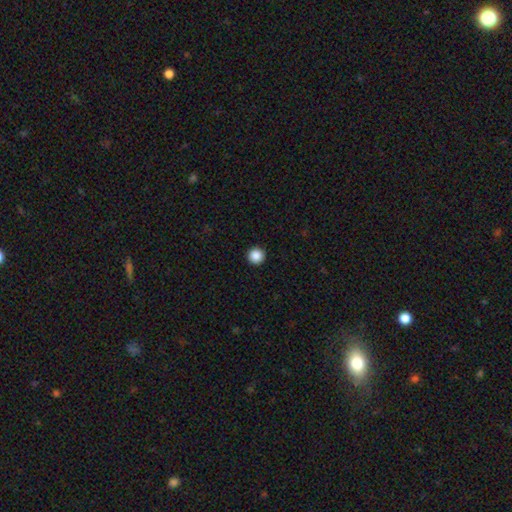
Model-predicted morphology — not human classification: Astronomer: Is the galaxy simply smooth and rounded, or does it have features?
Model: smooth — 88%.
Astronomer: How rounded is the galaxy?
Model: round — 97%.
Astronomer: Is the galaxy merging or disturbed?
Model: none — 94%.